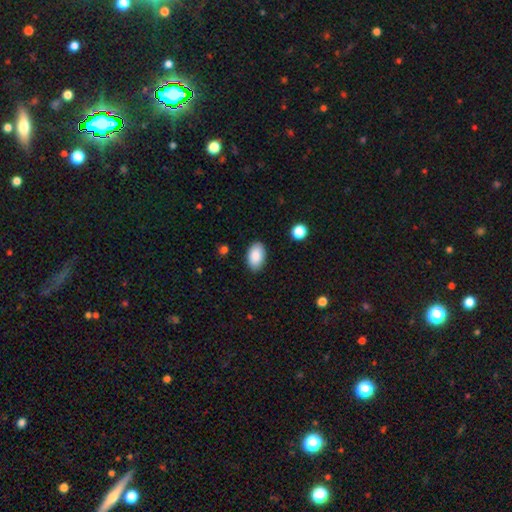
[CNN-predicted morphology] smooth 89%, star or artifact 7%, featured or disk 5%. Down the decision tree: how rounded — in between (94%); merging — none (87%).